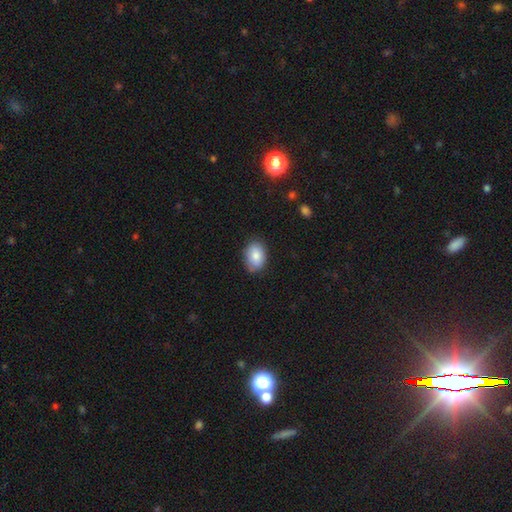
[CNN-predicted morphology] Overall: smooth (84%). How rounded: in between (79%). Merging: none (80%).